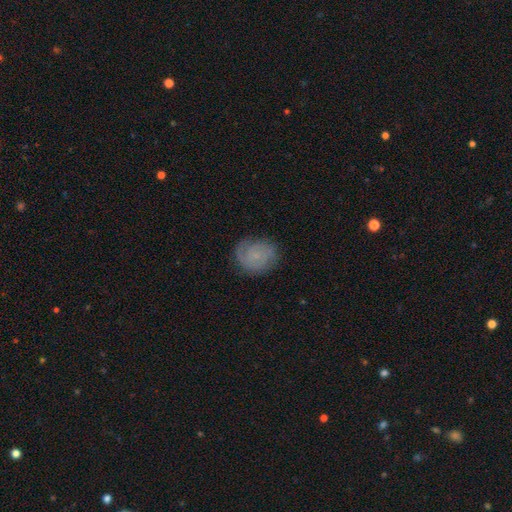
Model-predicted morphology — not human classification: This is possibly a featured or disk galaxy (55%). It is clearly not viewed edge-on (98%). Bar: likely no (76%). Spiral arm pattern: clearly yes (91%). Central bulge: likely small (63%). Merging: likely none (77%).